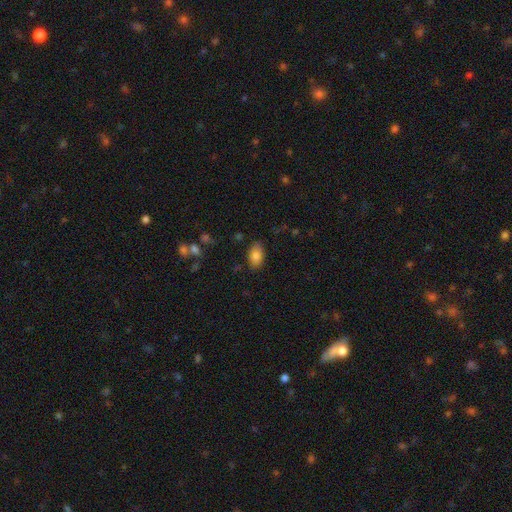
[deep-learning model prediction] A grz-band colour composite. It shows a smooth galaxy with no disk features (84%) that is in between round and cigar-shaped (91%). Merging: none (82%).